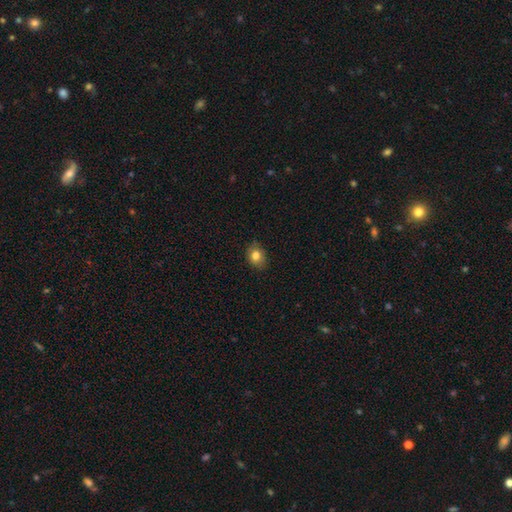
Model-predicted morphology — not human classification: Smooth or featured? Predicted: smooth (p=0.81). How rounded? Predicted: in between (p=0.56). Merging? Predicted: none (p=0.79).